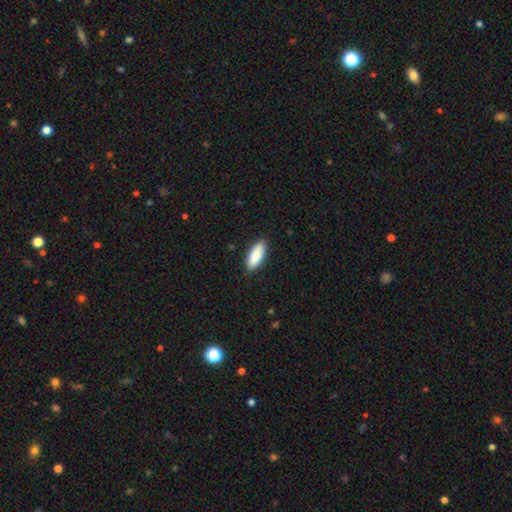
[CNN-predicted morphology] Smooth or featured? smooth (87%)
How rounded? in between (74%)
Merging? none (88%)